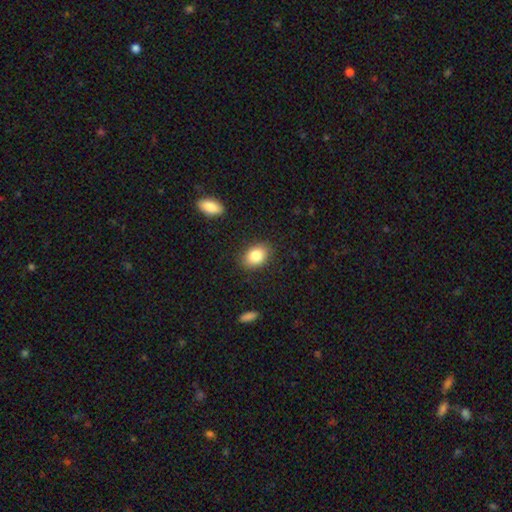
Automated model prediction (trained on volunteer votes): Smooth or featured?
  - smooth: 84% *
  - star or artifact: 8%
  - featured or disk: 8%
How rounded?
  - in between: 77% *
  - round: 22%
  - cigar-shaped: 1%
Merging?
  - none: 86% *
  - minor disturbance: 10%
  - major disturbance: 3%
  - merger: 2%